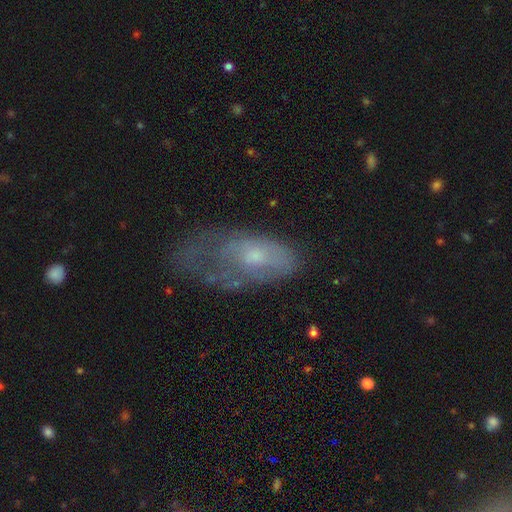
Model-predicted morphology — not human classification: Smooth or featured? Predicted: featured or disk (p=0.46). Merging? Predicted: major disturbance (p=0.38).